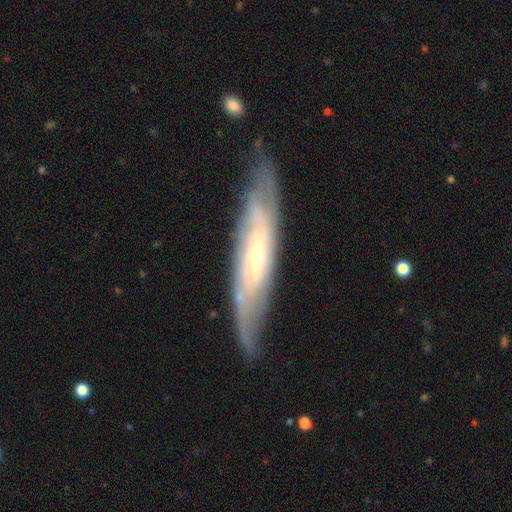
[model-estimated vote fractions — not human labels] This appears to be a featured or disk galaxy (74%). Merging: none (75%).